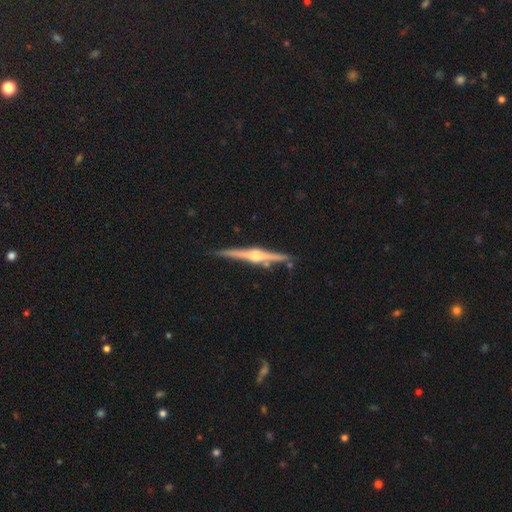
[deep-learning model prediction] smooth-or-featured: featured or disk: 86% | smooth: 9% | star or artifact: 5%
  disk-edge-on: yes: 98% | no: 2%
    edge-on-bulge: rounded: 91% | boxy: 6% | none: 3%
  merging: none: 87% | minor disturbance: 9% | merger: 2% | major disturbance: 2%